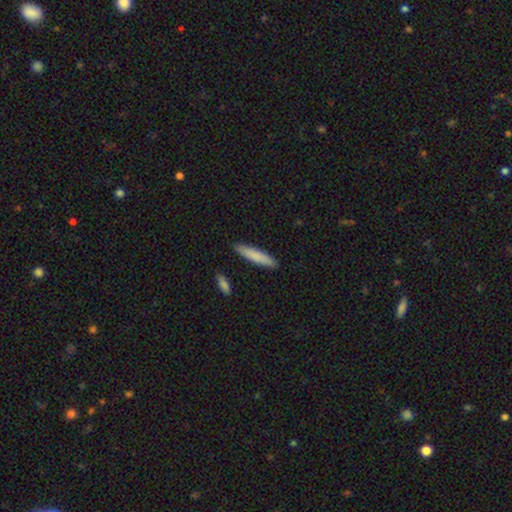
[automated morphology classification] Smooth or featured? Predicted: smooth (p=0.82). How rounded? Predicted: cigar-shaped (p=0.87). Merging? Predicted: none (p=0.89).